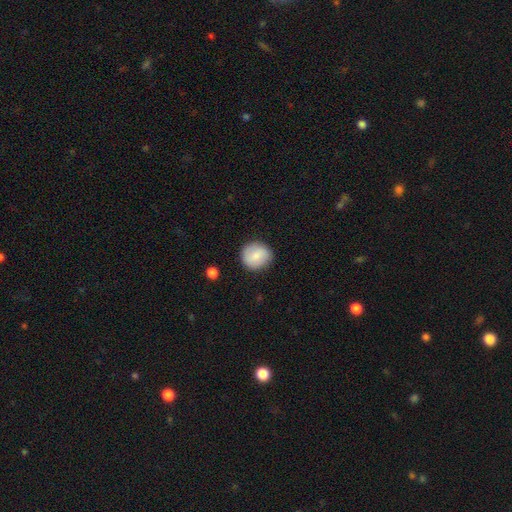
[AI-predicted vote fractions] smooth_or_featured: smooth (p=0.84) [alt: featured or disk p=0.09]
how_rounded: round (p=0.89) [alt: in between p=0.10]
merging: none (p=0.87) [alt: minor disturbance p=0.09]